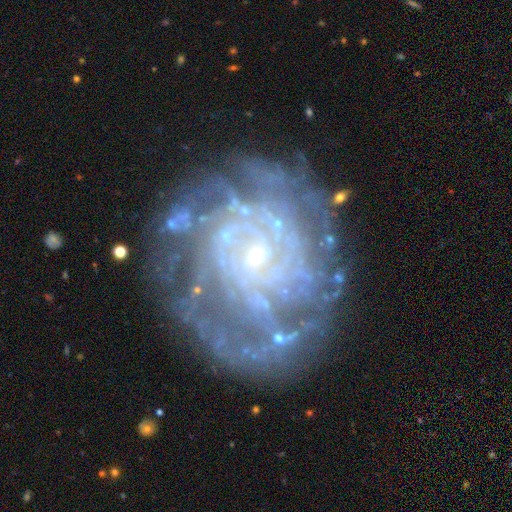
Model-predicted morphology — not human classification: Smooth or featured: featured or disk — 84% (smooth — 8%)
Edge-on disk: no — 97% (yes — 3%)
Bar: no — 76% (weak — 18%)
Spiral arms: yes — 89% (no — 11%)
Spiral winding: tight — 74% (medium — 20%)
Spiral arm count: can't tell — 39% (more than 4 — 17%)
Bulge size: small — 83% (moderate — 10%)
Merging: none — 70% (minor disturbance — 17%)